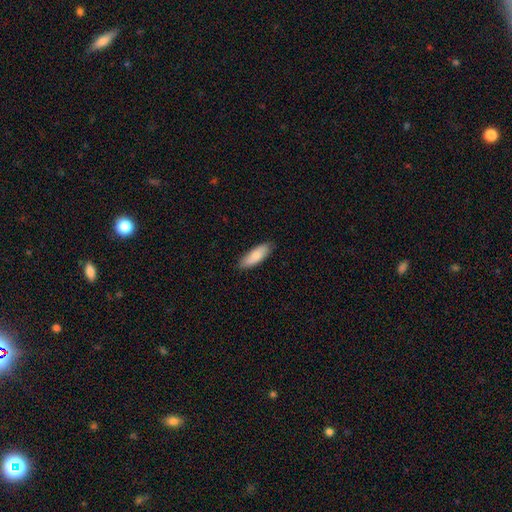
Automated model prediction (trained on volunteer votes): Q: Smooth or featured?
A: smooth (85%); runner-up: featured or disk (10%)
Q: How rounded?
A: in between (64%); runner-up: cigar-shaped (34%)
Q: Merging?
A: none (86%); runner-up: minor disturbance (11%)